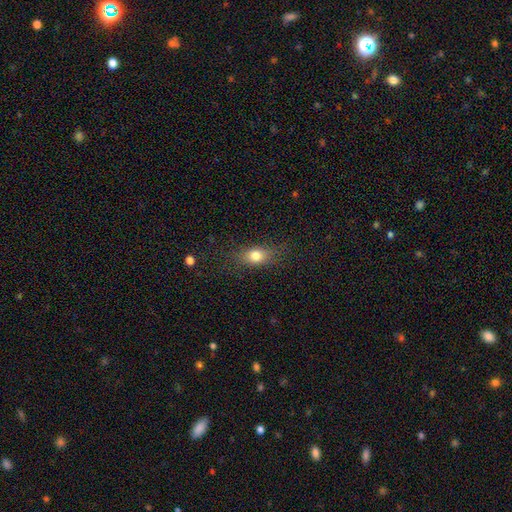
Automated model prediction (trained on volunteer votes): The model was most divided on "how rounded": in between: 67%, round: 25%, cigar-shaped: 8%. More confident: merging — none (77%); smooth or featured — smooth (77%).